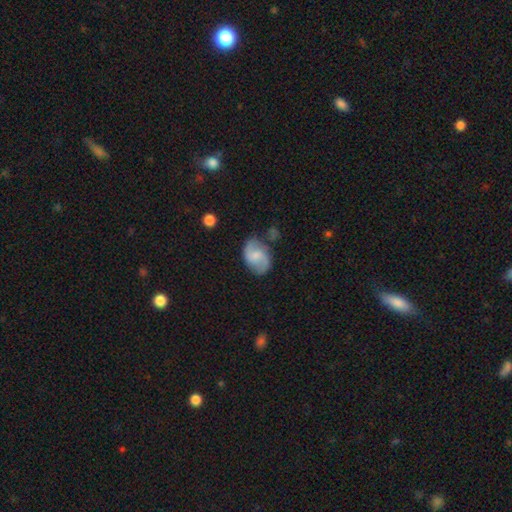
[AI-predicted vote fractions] featured or disk 61%, smooth 32%, star or artifact 7%. Down the decision tree: edge-on disk — no (97%); bar — weak (54%); spiral arms — yes (89%); spiral arm count — 2 (89%); spiral winding — medium (44%); bulge size — small (42%); merging — none (68%).